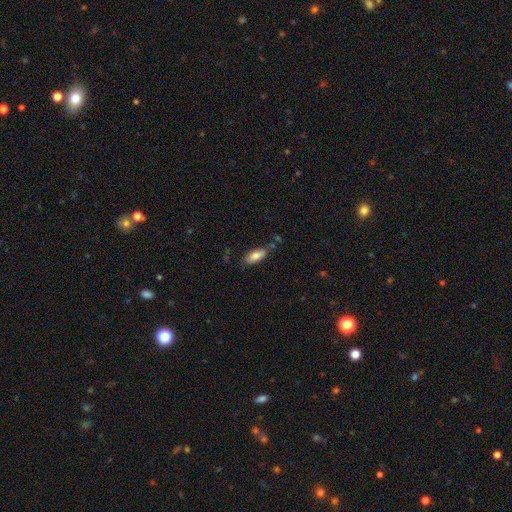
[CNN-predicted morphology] The model was most divided on "merging": none: 67%, minor disturbance: 21%, merger: 7%, major disturbance: 5%. More confident: how rounded — in between (81%); smooth or featured — smooth (78%).